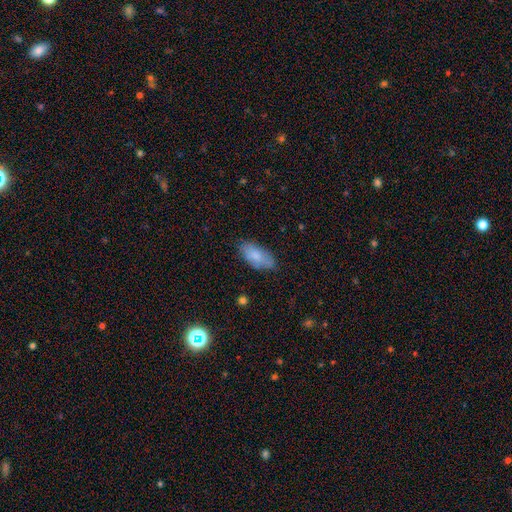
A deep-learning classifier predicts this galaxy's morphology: Q: Smooth or featured?
A: smooth (79%); runner-up: featured or disk (15%)
Q: How rounded?
A: in between (91%); runner-up: cigar-shaped (7%)
Q: Merging?
A: none (74%); runner-up: minor disturbance (20%)